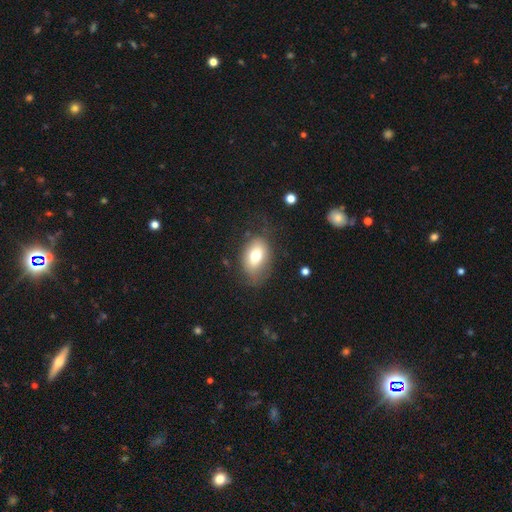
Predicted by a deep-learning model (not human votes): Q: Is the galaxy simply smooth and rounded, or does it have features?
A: smooth — 71%.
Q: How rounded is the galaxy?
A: in between — 82%.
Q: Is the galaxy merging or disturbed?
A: none — 64%.